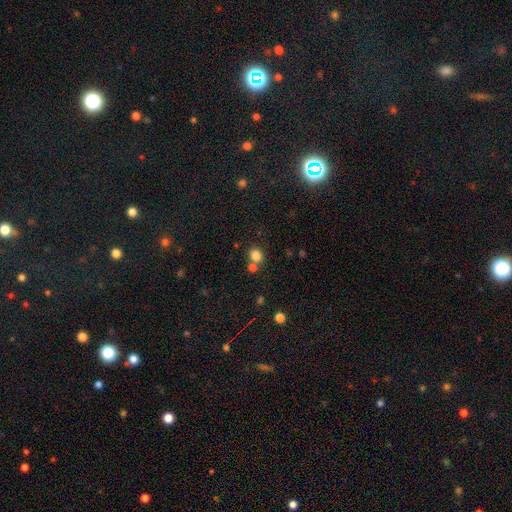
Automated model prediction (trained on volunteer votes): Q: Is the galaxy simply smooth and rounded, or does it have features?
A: smooth — 82%.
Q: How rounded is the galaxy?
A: round — 69%.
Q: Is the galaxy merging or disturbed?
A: none — 62%.